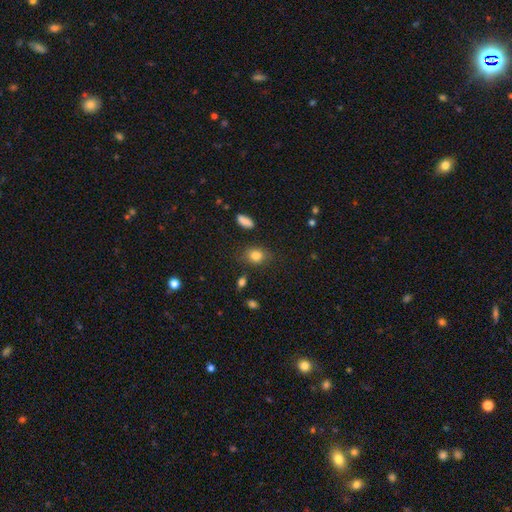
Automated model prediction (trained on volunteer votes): Smooth or featured? smooth (83%)
How rounded? in between (52%)
Merging? none (76%)